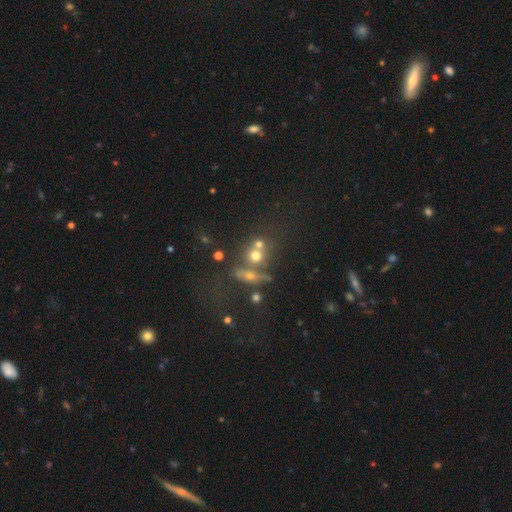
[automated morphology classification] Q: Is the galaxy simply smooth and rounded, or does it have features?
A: smooth — 61%.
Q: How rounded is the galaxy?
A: round — 73%.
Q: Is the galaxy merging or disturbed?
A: none — 45%.